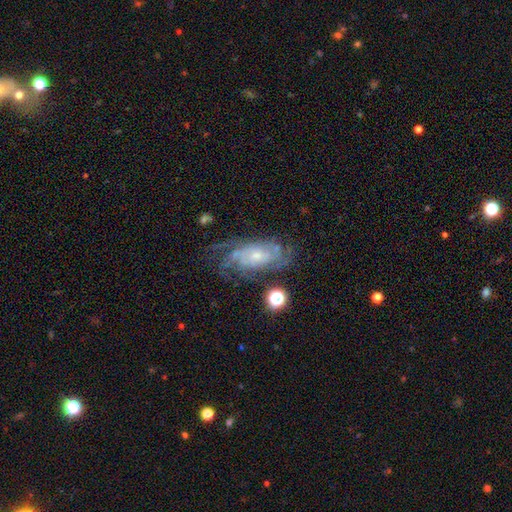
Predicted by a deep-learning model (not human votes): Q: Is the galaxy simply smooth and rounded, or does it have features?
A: featured or disk — 78%.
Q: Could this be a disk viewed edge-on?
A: no — 94%.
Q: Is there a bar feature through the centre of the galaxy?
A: no — 73%.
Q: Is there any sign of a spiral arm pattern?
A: yes — 91%.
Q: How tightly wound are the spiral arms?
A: tight — 57%.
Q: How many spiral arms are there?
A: can't tell — 48%.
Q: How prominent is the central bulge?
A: small — 66%.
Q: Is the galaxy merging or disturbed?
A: none — 58%.